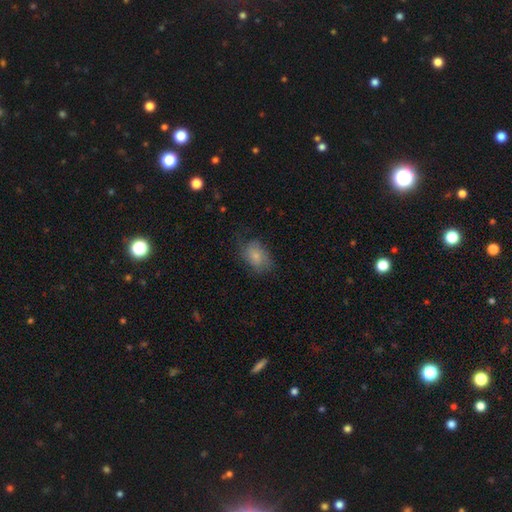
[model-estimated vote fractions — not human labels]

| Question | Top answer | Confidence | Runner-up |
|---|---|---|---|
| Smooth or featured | smooth | 73% | featured or disk (19%) |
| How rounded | in between | 81% | round (18%) |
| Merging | none | 57% | minor disturbance (28%) |